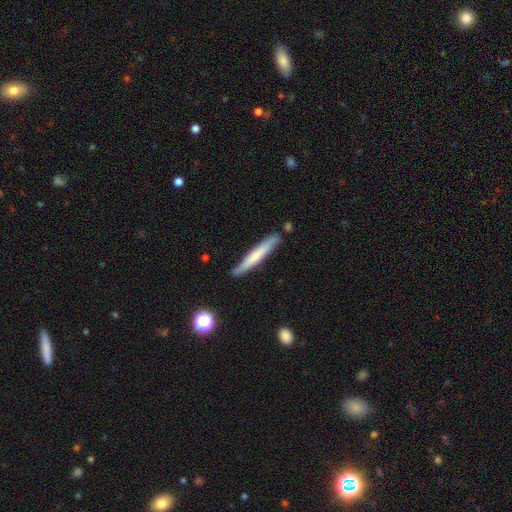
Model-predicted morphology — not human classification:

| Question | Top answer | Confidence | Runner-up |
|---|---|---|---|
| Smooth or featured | smooth | 60% | featured or disk (34%) |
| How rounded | cigar-shaped | 95% | in between (4%) |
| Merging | none | 80% | minor disturbance (15%) |